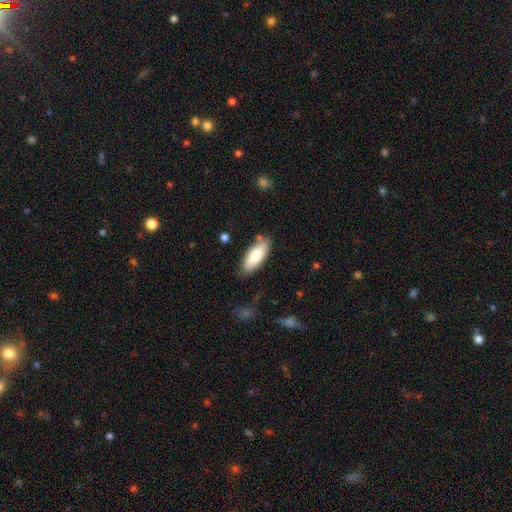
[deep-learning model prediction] A smooth galaxy with no disk features (81%) that is in between round and cigar-shaped (73%). Merging: none (80%).